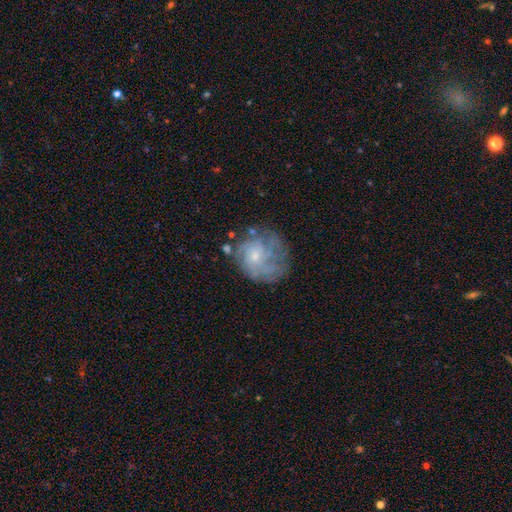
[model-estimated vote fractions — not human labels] A featured or disk galaxy (62%) with no bar (79%), spiral arms (71%) and a small central bulge (72%). Merging: none (54%).